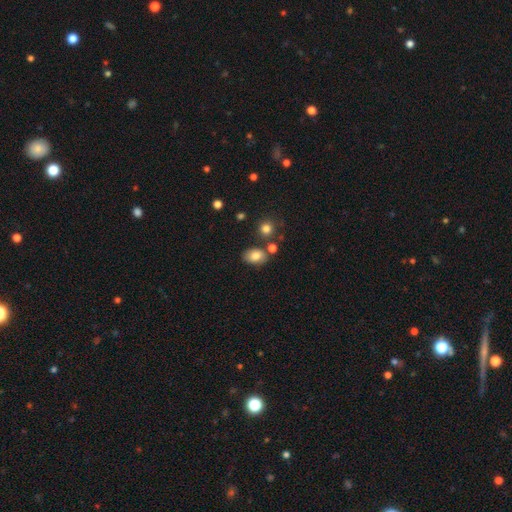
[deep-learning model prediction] Smooth or featured? smooth (80%)
How rounded? in between (80%)
Merging? none (71%)